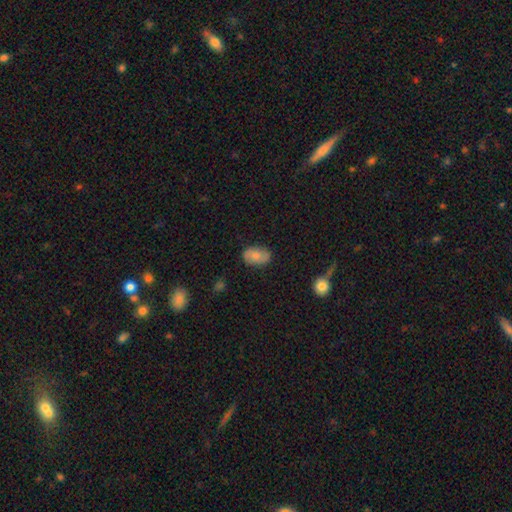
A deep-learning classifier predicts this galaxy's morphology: smooth-or-featured: smooth: 69% | featured or disk: 23% | star or artifact: 8%
  how-rounded: in between: 89% | round: 10% | cigar-shaped: 2%
  merging: none: 78% | minor disturbance: 17% | major disturbance: 4% | merger: 2%